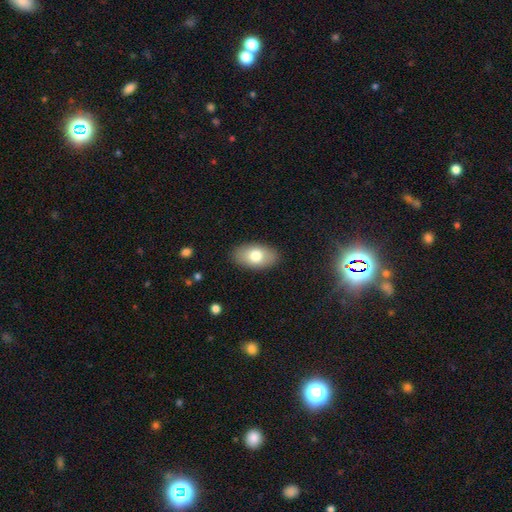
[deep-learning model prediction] A smooth galaxy with no disk features (75%) that is in between round and cigar-shaped (93%).

Vote fractions:
- Smooth or featured? smooth: 75% / featured or disk: 19% / star or artifact: 7%
- How rounded? in between: 93% / round: 5% / cigar-shaped: 2%
- Merging? none: 87% / minor disturbance: 9% / major disturbance: 2% / merger: 1%